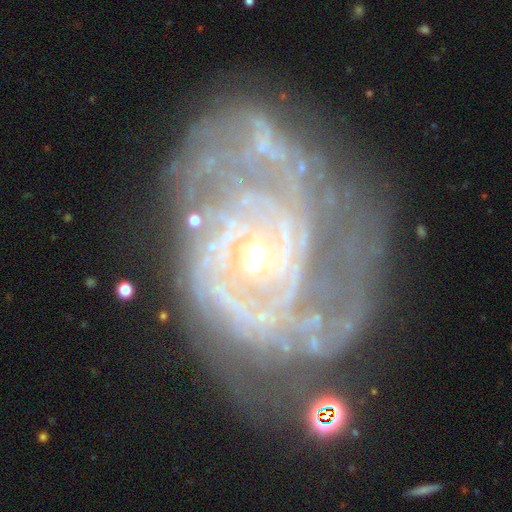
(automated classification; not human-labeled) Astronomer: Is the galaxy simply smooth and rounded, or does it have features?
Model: featured or disk — 87%.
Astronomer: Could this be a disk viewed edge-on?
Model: no — 97%.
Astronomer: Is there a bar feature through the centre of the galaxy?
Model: no — 67%.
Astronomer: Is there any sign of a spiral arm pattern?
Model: yes — 88%.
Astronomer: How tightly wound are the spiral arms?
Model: tight — 60%.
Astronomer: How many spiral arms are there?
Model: can't tell — 38% (runner-up: 2, 27%).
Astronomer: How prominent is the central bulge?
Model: small — 62%.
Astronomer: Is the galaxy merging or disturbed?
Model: none — 45% (runner-up: major disturbance, 26%).